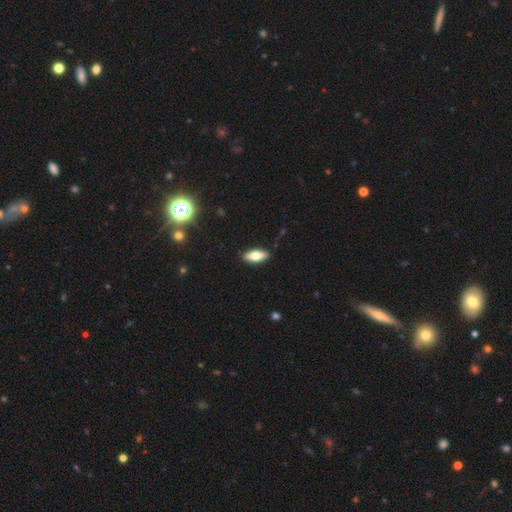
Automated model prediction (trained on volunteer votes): Smooth or featured: smooth — 66% (featured or disk — 27%)
How rounded: in between — 71% (cigar-shaped — 26%)
Merging: none — 89% (minor disturbance — 9%)